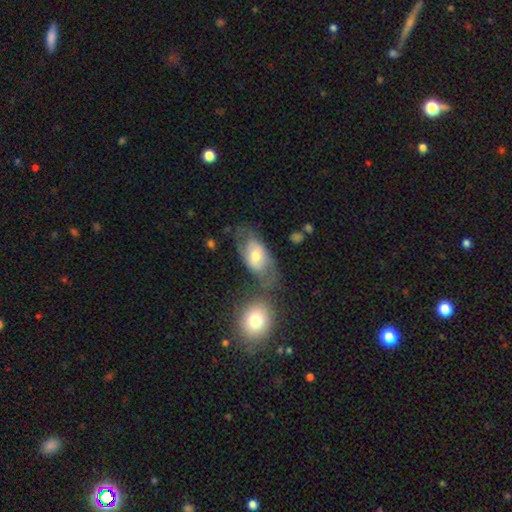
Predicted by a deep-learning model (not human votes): Overall: smooth (51%; featured or disk 41%). How rounded: in between (87%). Merging: none (45%; merger 22%).